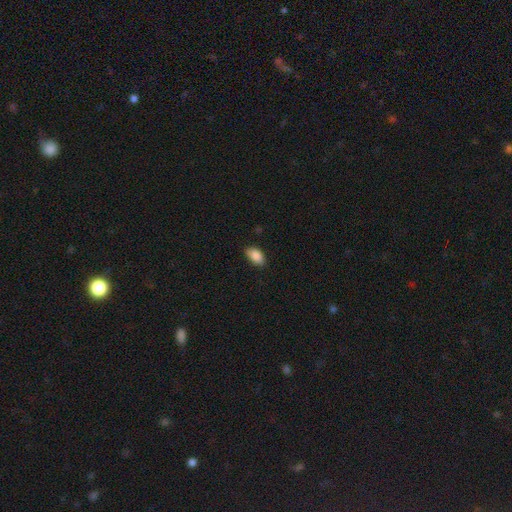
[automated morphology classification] Smooth or featured: smooth — 89% (star or artifact — 7%)
How rounded: in between — 93% (round — 5%)
Merging: none — 81% (minor disturbance — 15%)